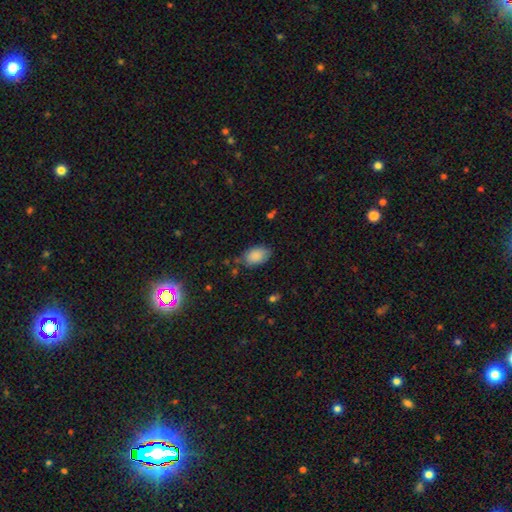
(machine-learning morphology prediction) Q: Smooth or featured?
A: smooth (87%); runner-up: star or artifact (7%)
Q: How rounded?
A: in between (89%); runner-up: round (10%)
Q: Merging?
A: none (73%); runner-up: minor disturbance (20%)